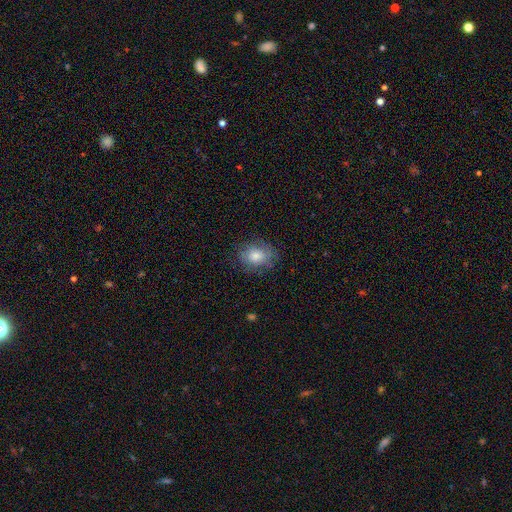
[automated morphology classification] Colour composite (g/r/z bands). It shows a smooth galaxy with no disk features (71%) that is in between round and cigar-shaped (51%). Merging: none (75%).